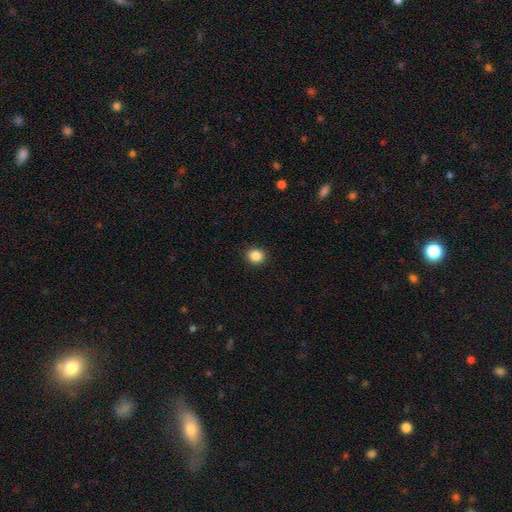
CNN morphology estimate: Q: Smooth or featured?
A: smooth (87%); runner-up: star or artifact (10%)
Q: How rounded?
A: round (75%); runner-up: in between (24%)
Q: Merging?
A: none (91%); runner-up: minor disturbance (6%)